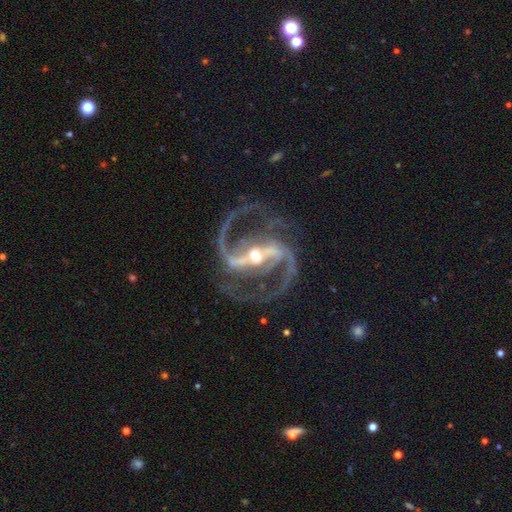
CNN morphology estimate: This is clearly a featured or disk galaxy (94%). It is clearly not viewed edge-on (97%). Bar: likely strong (79%). Spiral arm pattern: clearly yes (99%). Spiral arm count: clearly 2 (93%). Spiral winding: likely medium (68%). Central bulge: possibly moderate (52%). Merging: likely none (79%).